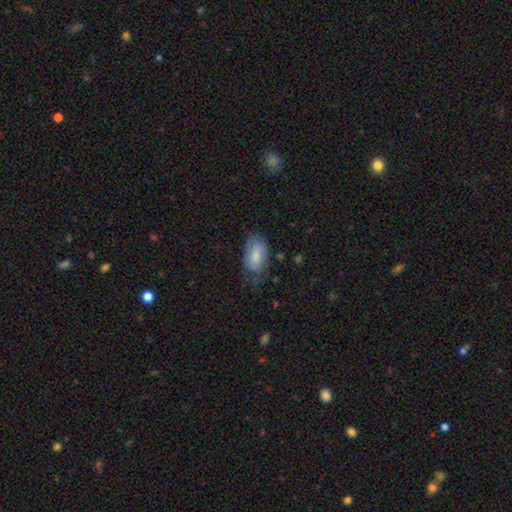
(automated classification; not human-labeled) A smooth galaxy with no disk features (69%) that is in between round and cigar-shaped (93%).

Vote fractions:
- Smooth or featured? smooth: 69% / featured or disk: 24% / star or artifact: 7%
- How rounded? in between: 93% / round: 4% / cigar-shaped: 3%
- Merging? none: 55% / minor disturbance: 31% / major disturbance: 11% / merger: 2%